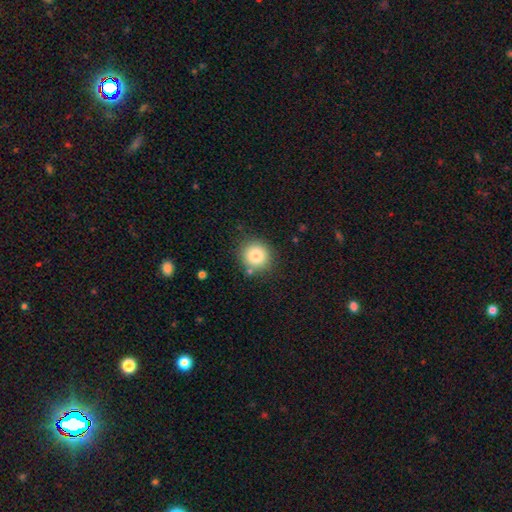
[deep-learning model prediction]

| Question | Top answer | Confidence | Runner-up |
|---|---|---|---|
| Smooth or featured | smooth | 81% | star or artifact (10%) |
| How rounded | round | 92% | in between (7%) |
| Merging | none | 84% | minor disturbance (9%) |